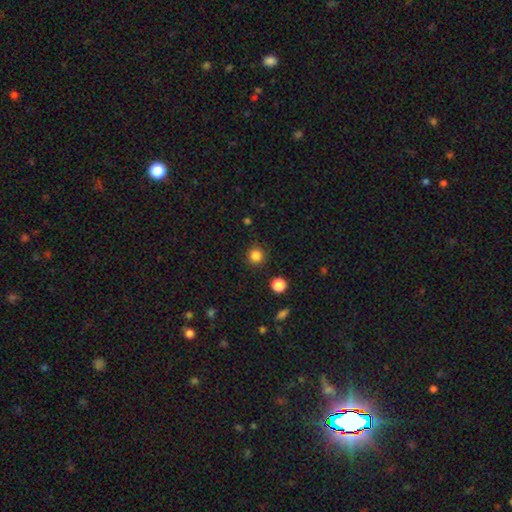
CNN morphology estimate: Smooth or featured: smooth — 85% (star or artifact — 12%)
How rounded: round — 93% (in between — 6%)
Merging: none — 89% (minor disturbance — 7%)